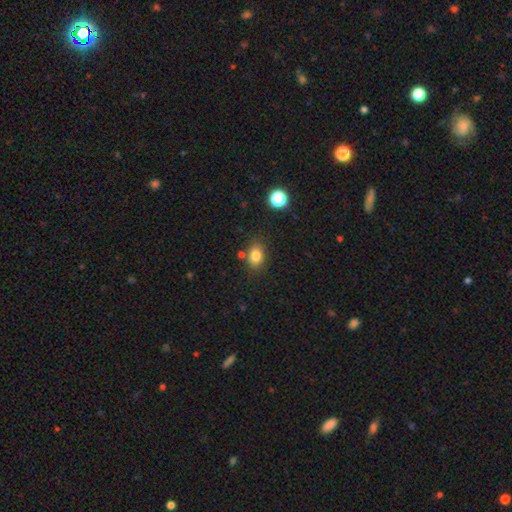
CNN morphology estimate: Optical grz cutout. It shows a smooth galaxy with no disk features (81%) that is in between round and cigar-shaped (70%). Merging: none (76%).